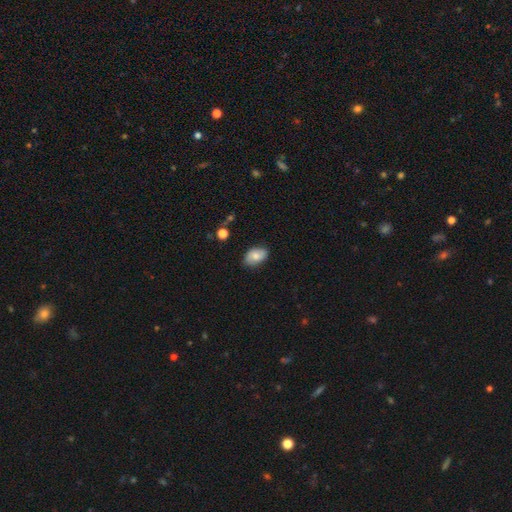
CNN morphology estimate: This is likely a smooth galaxy (76%). How rounded: clearly in between (90%). Merging: likely none (79%).